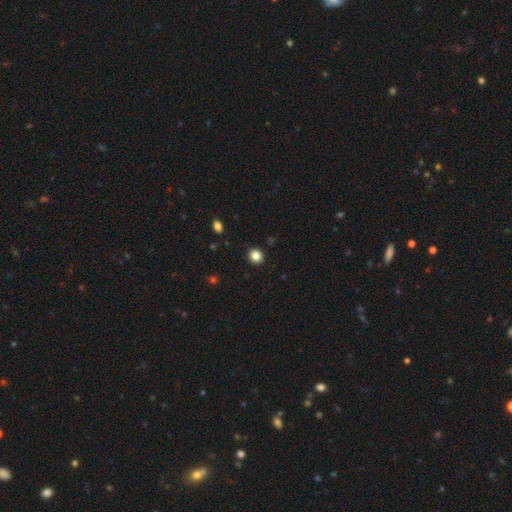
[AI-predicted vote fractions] Smooth or featured? Predicted: smooth (p=0.84). How rounded? Predicted: round (p=0.86). Merging? Predicted: none (p=0.91).